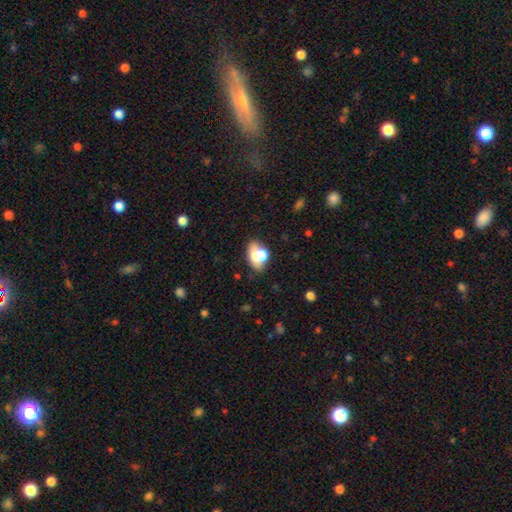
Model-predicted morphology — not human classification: This appears to be a smooth galaxy with no disk features (65%) that is in between round and cigar-shaped (76%). Merging: merger (38%).